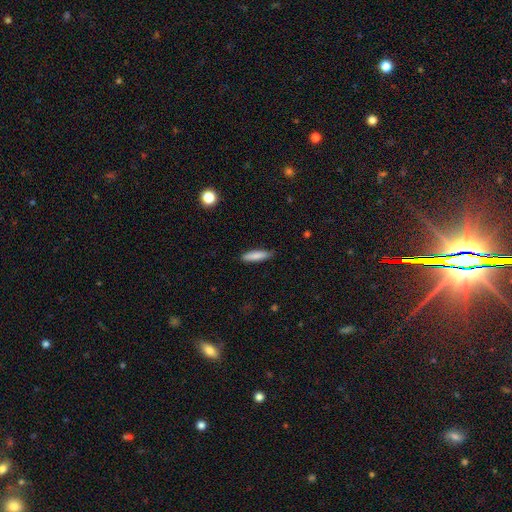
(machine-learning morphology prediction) type=smooth (84%); roundness=cigar-shaped (75%); merging=none (87%).